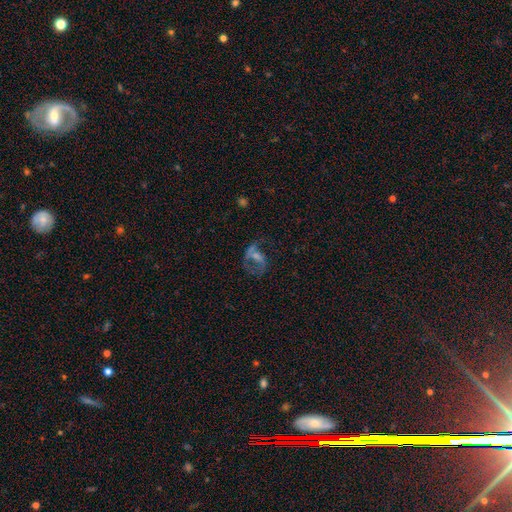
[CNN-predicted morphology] Smooth or featured? featured or disk (67%)
Edge-on disk? no (96%)
Bar? weak (41%)
Spiral arms? yes (74%)
Bulge size? small (38%)
Merging? none (48%)